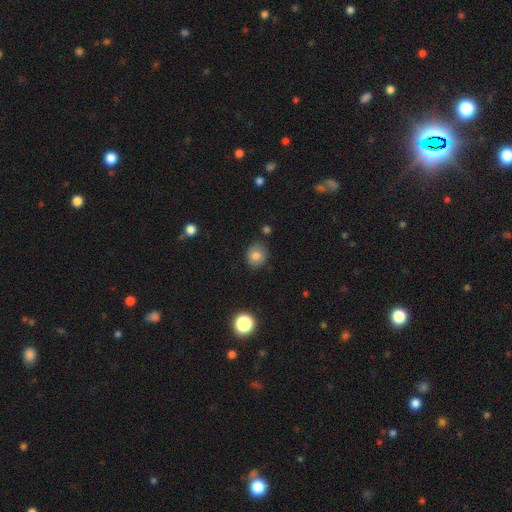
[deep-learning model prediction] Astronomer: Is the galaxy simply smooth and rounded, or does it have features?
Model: smooth — 80%.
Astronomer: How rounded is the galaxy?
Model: round — 72%.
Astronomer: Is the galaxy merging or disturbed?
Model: none — 82%.